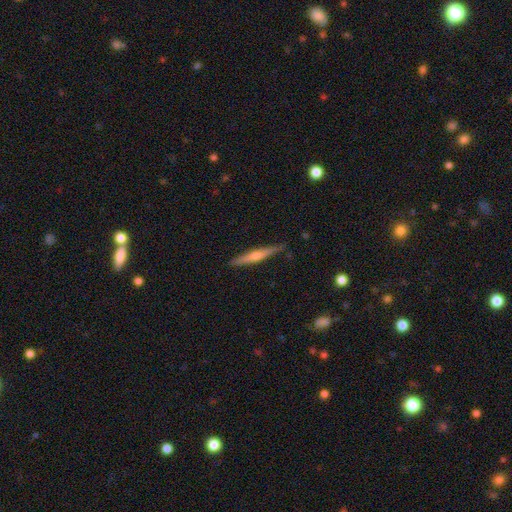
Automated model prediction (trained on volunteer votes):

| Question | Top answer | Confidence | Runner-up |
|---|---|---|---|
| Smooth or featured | featured or disk | 67% | smooth (27%) |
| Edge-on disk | yes | 97% | no (3%) |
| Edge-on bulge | rounded | 79% | none (14%) |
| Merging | none | 88% | minor disturbance (9%) |